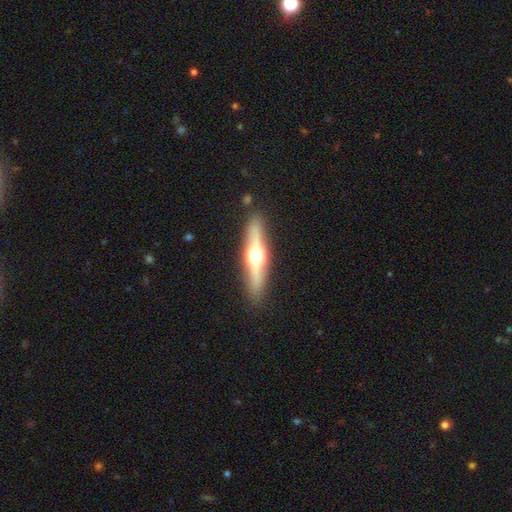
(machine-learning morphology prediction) Overall: featured or disk (65%; smooth 29%). Edge-on disk: yes (94%). Edge-on bulge: rounded (93%). Merging: none (88%).